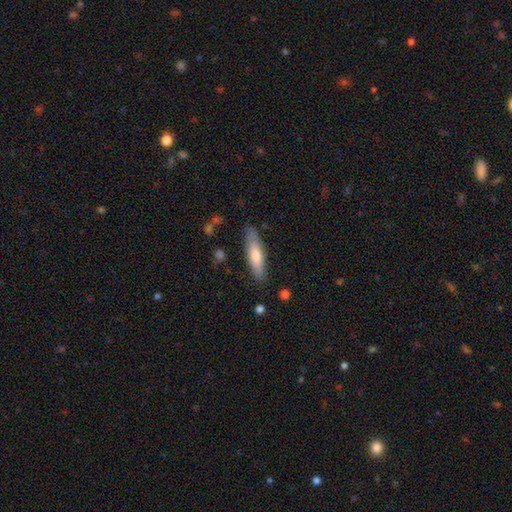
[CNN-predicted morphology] A smooth galaxy with no disk features (63%) that is cigar-shaped (77%). Merging: none (85%).